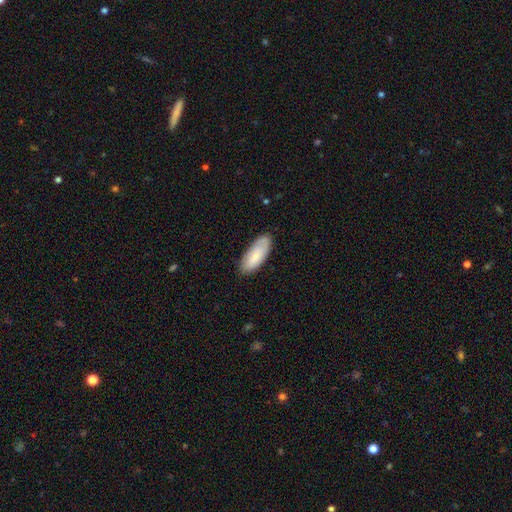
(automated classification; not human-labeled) smooth 77%, featured or disk 17%, star or artifact 6%. Down the decision tree: how rounded — in between (75%); merging — none (80%).